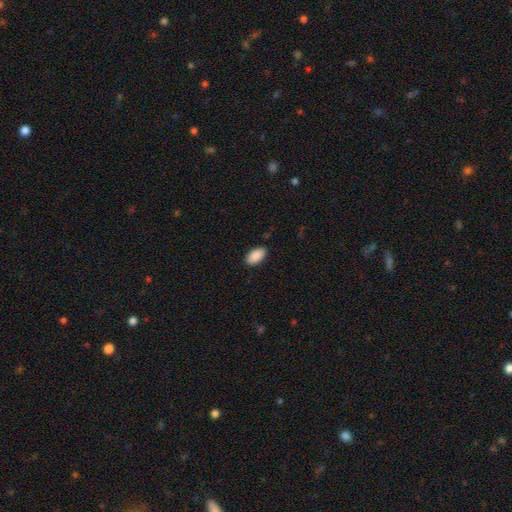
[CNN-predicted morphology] Smooth or featured: smooth — 91% (star or artifact — 6%)
How rounded: in between — 95% (round — 3%)
Merging: none — 88% (minor disturbance — 9%)